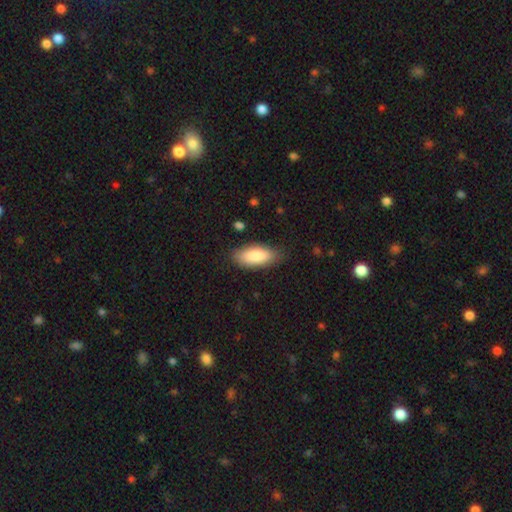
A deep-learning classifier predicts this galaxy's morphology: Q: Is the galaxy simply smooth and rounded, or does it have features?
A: smooth — 87%.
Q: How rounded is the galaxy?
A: in between — 86%.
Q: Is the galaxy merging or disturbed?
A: none — 81%.